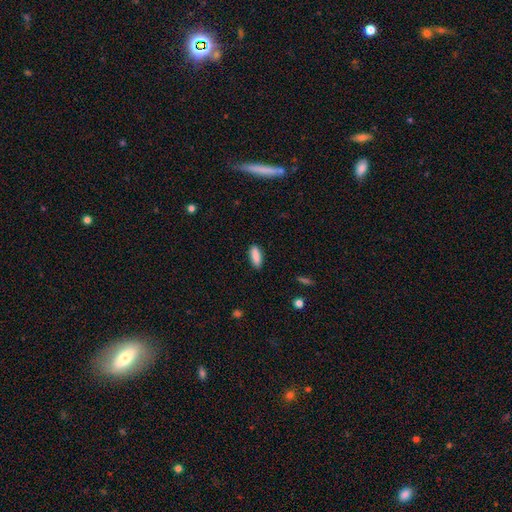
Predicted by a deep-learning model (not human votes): This appears to be a smooth galaxy with no disk features (88%) that is in between round and cigar-shaped (64%). Merging: none (88%).